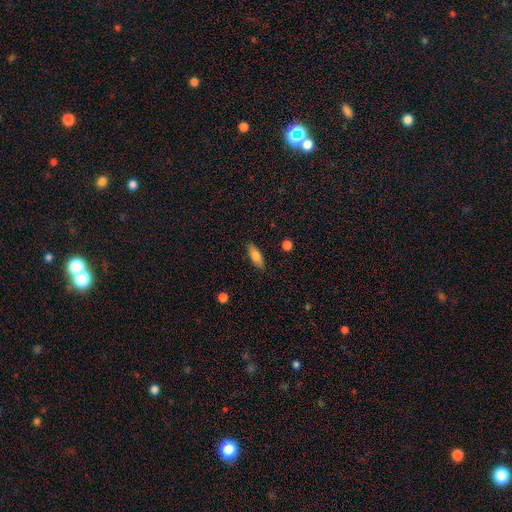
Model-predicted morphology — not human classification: Overall: smooth (77%). How rounded: in between (65%; cigar-shaped 33%). Merging: none (86%).